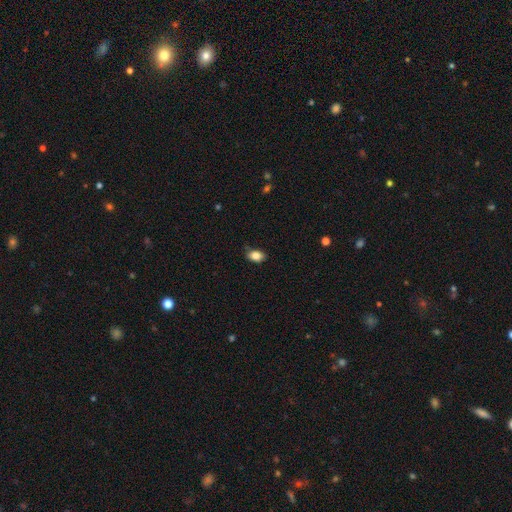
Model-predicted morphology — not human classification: This is clearly a smooth galaxy (86%). How rounded: clearly in between (84%). Merging: likely none (73%).